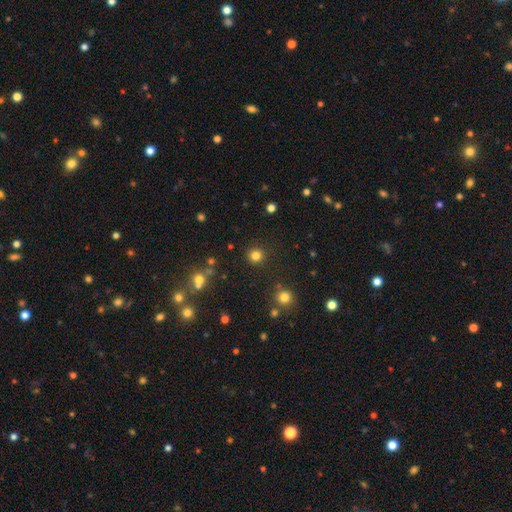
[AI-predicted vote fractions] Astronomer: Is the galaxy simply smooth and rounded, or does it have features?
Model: smooth — 81%.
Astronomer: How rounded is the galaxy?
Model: round — 94%.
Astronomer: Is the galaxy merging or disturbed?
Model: none — 91%.